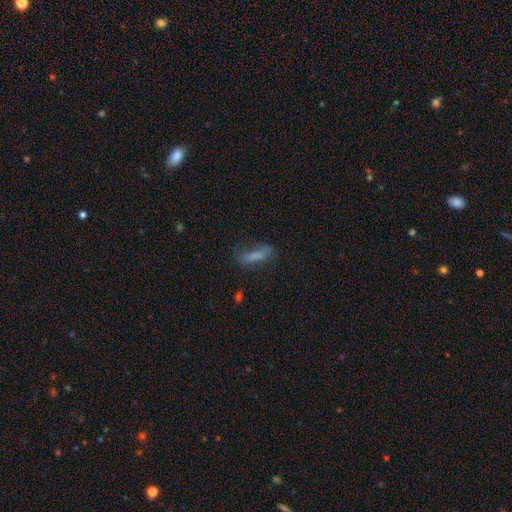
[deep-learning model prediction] Morphology: type=smooth (70%); roundness=cigar-shaped (66%); merging=none (61%).